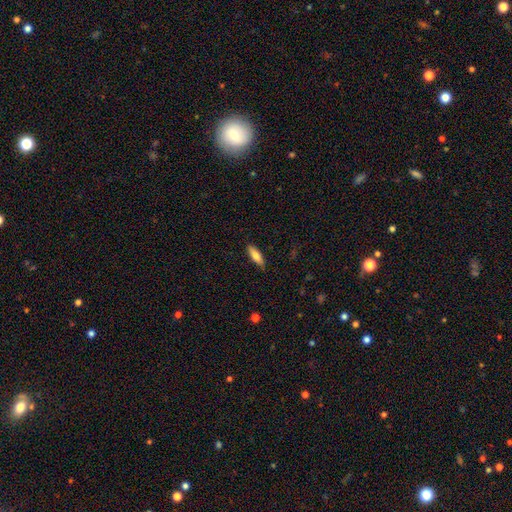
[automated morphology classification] This is likely a smooth galaxy (75%). How rounded: possibly in between (52%). Merging: clearly none (84%).